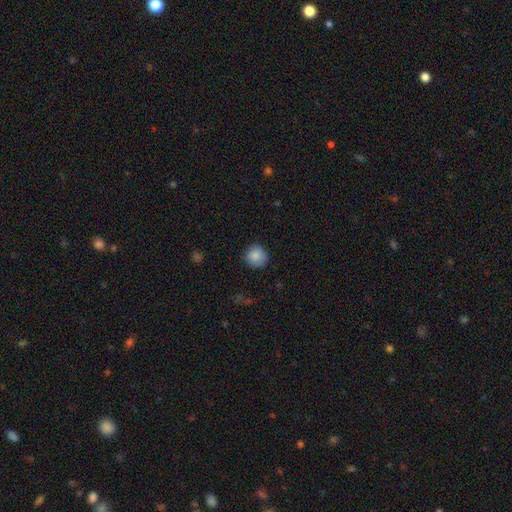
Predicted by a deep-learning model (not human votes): This is clearly a smooth galaxy (86%). How rounded: clearly round (90%). Merging: likely none (80%).